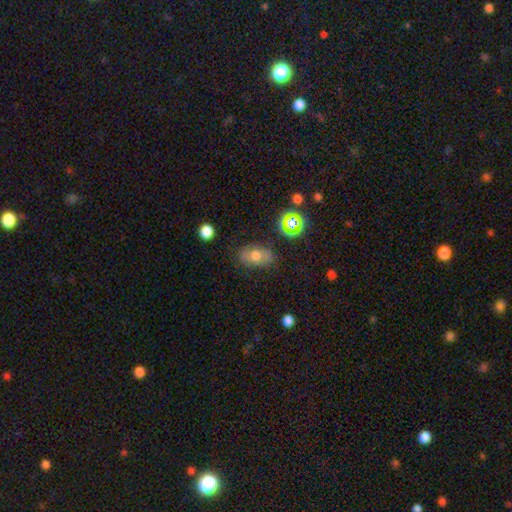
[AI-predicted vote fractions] Smooth or featured? Predicted: smooth (p=0.67). How rounded? Predicted: in between (p=0.85). Merging? Predicted: none (p=0.76).